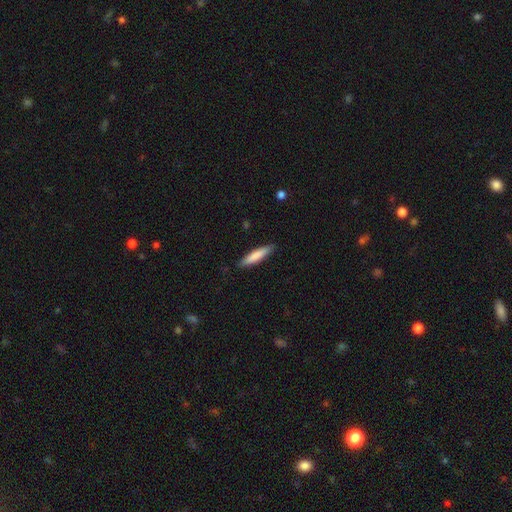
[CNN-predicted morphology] type=smooth (79%); roundness=cigar-shaped (86%); merging=none (88%).